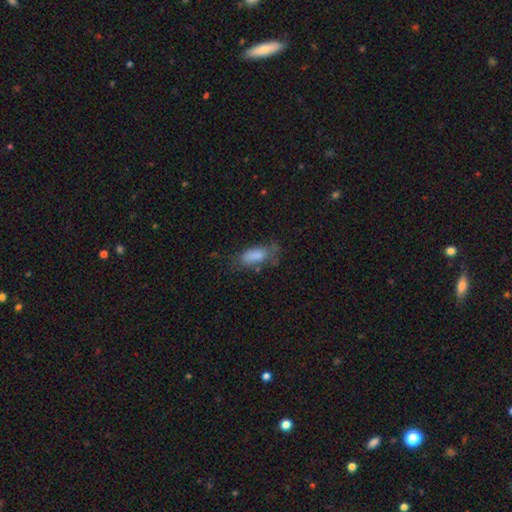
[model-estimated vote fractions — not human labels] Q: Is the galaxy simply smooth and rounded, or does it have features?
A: smooth — 51%.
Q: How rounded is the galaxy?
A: in between — 77%.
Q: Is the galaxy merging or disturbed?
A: none — 68%.